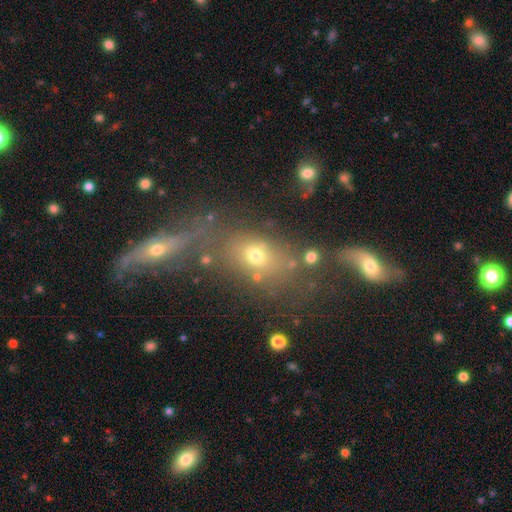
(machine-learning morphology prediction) type=smooth (59%); roundness=in between (65%); merging=none (43%).